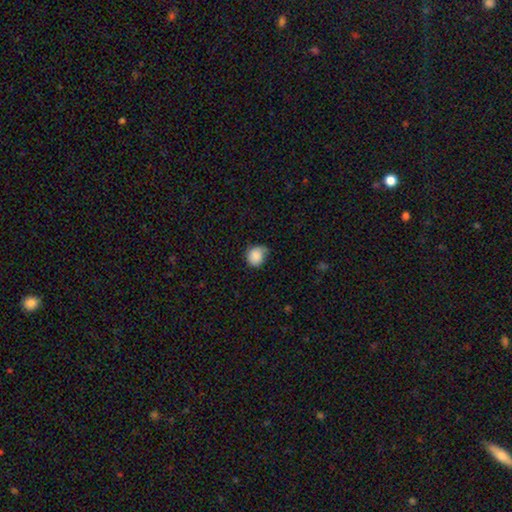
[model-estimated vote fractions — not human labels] This appears to be a smooth galaxy with no disk features (86%) that is round (77%). Merging: none (46%).